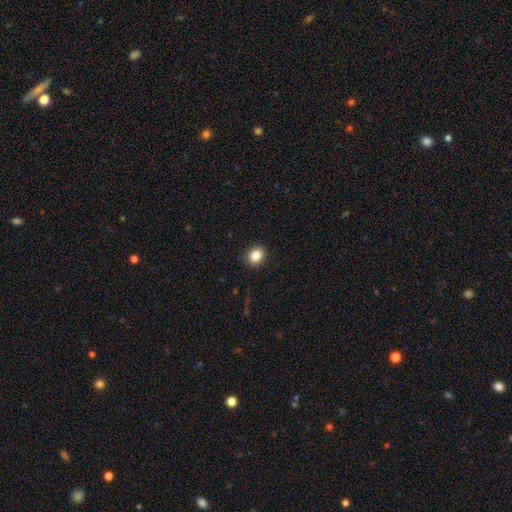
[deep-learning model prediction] This is clearly a smooth galaxy (86%). How rounded: possibly round (56%). Merging: clearly none (90%).